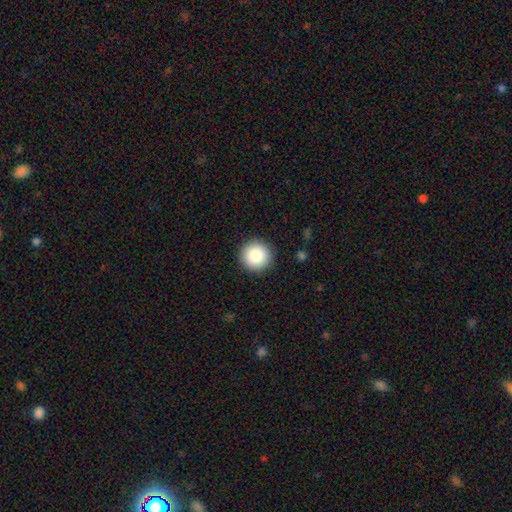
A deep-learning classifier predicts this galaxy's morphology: Smooth or featured?
  - smooth: 87% *
  - star or artifact: 8%
  - featured or disk: 5%
How rounded?
  - round: 96% *
  - in between: 3%
  - cigar-shaped: 1%
Merging?
  - none: 92% *
  - minor disturbance: 5%
  - major disturbance: 2%
  - merger: 1%